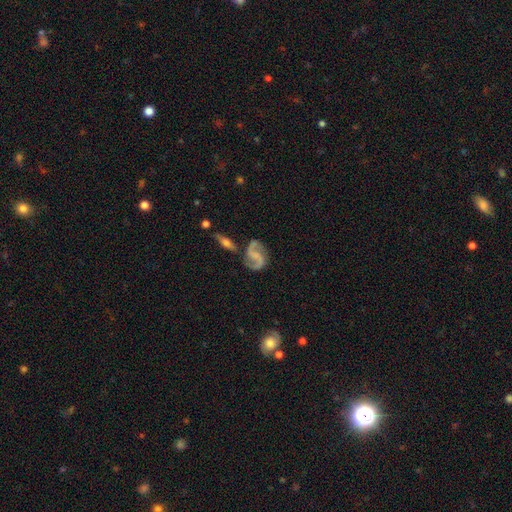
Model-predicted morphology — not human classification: Smooth or featured: featured or disk — 86% (smooth — 8%)
Edge-on disk: no — 97% (yes — 3%)
Bar: no — 44% (weak — 39%)
Spiral arms: yes — 96% (no — 4%)
Spiral winding: loose — 47% (medium — 43%)
Spiral arm count: 2 — 92% (can't tell — 2%)
Bulge size: none — 58% (small — 26%)
Merging: none — 69% (minor disturbance — 15%)